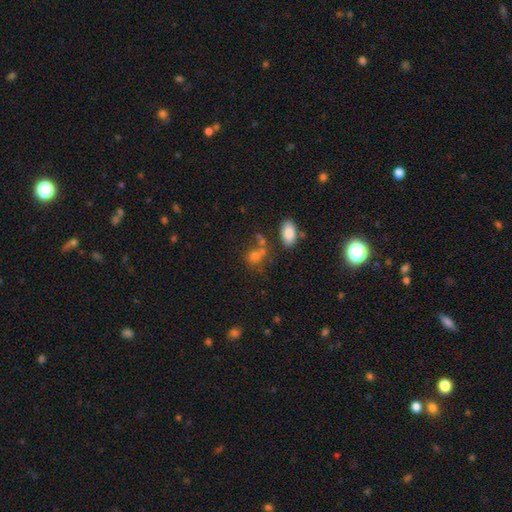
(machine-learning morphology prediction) The model was most divided on "merging": none: 52%, merger: 28%, minor disturbance: 13%, major disturbance: 7%. More confident: smooth or featured — smooth (70%); how rounded — round (61%).